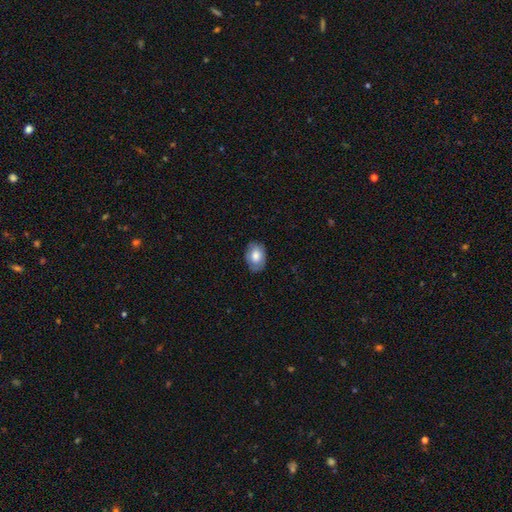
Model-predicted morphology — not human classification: This is likely a smooth galaxy (73%). How rounded: clearly in between (82%). Merging: likely none (77%).